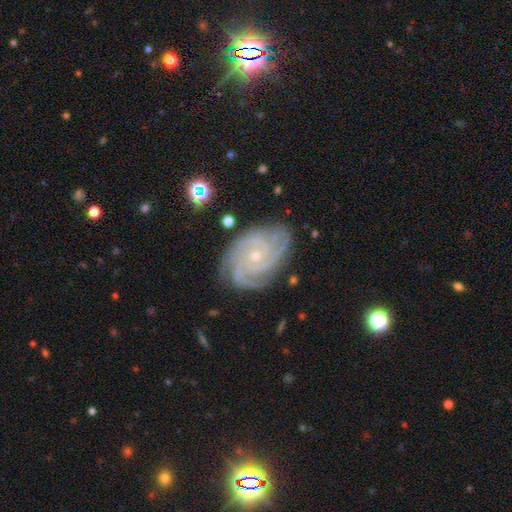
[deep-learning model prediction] This is clearly a featured or disk galaxy (91%). It is clearly not viewed edge-on (97%). Bar: likely no (72%). Spiral arm pattern: clearly yes (99%). Spiral arm count: marginally 4 (33%). Spiral winding: likely tight (78%). Central bulge: likely small (73%). Merging: likely none (80%).